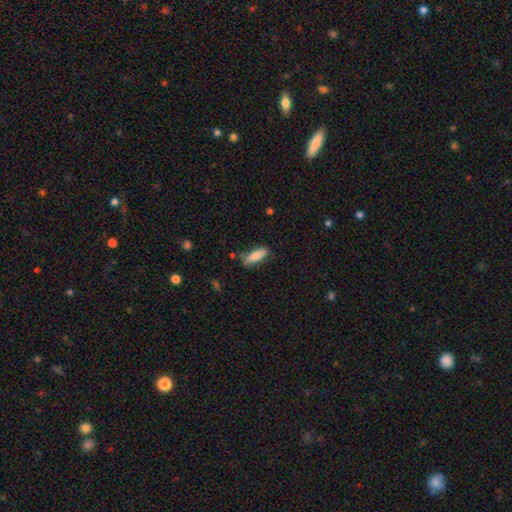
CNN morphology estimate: Smooth or featured: smooth — 76% (featured or disk — 17%)
How rounded: in between — 61% (cigar-shaped — 37%)
Merging: none — 76% (minor disturbance — 17%)